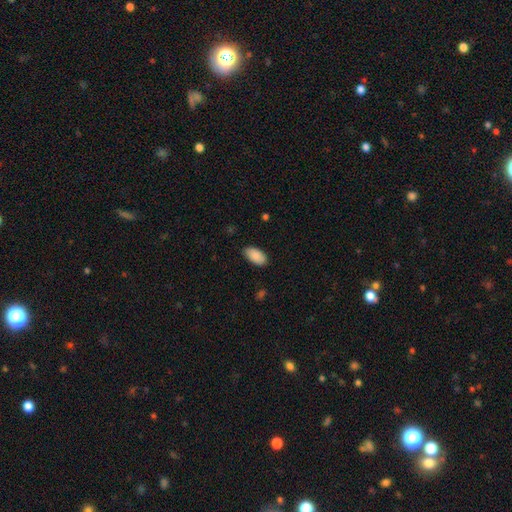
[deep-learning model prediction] A smooth galaxy with no disk features (90%) that is in between round and cigar-shaped (95%).

Vote fractions:
- Smooth or featured? smooth: 90% / star or artifact: 6% / featured or disk: 4%
- How rounded? in between: 95% / round: 2% / cigar-shaped: 2%
- Merging? none: 86% / minor disturbance: 11% / major disturbance: 2% / merger: 1%